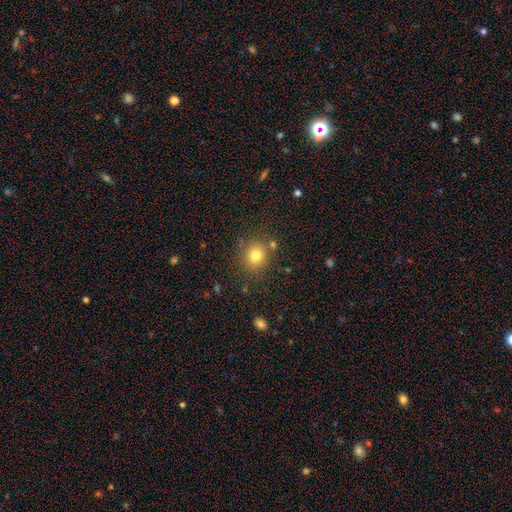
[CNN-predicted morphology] The model was most divided on "smooth or featured": smooth: 78%, star or artifact: 13%, featured or disk: 8%. More confident: how rounded — round (82%); merging — none (81%).